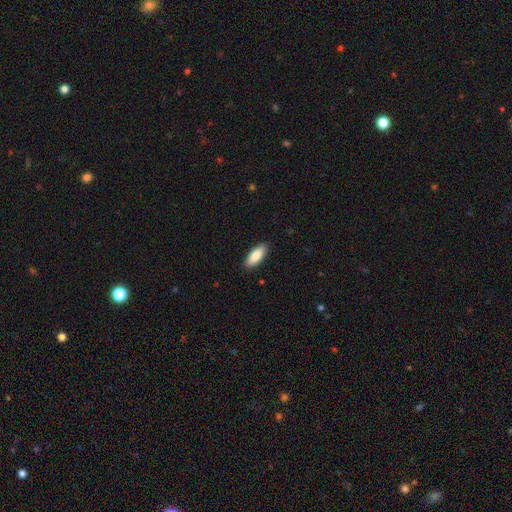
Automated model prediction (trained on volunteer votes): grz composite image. It shows a smooth galaxy with no disk features (86%) that is in between round and cigar-shaped (75%). Merging: none (89%).